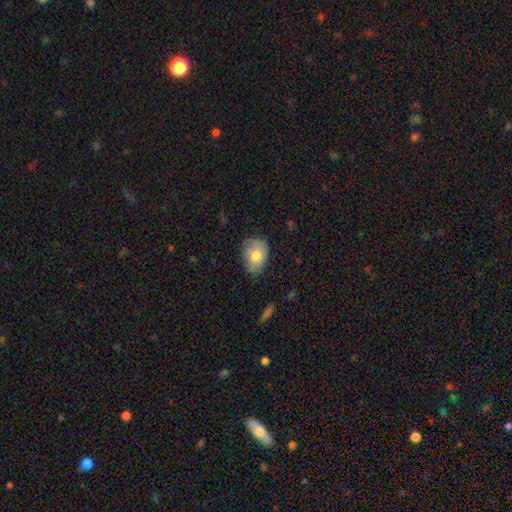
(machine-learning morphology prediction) Q: Smooth or featured?
A: smooth (76%); runner-up: featured or disk (17%)
Q: How rounded?
A: in between (71%); runner-up: round (28%)
Q: Merging?
A: none (69%); runner-up: minor disturbance (24%)